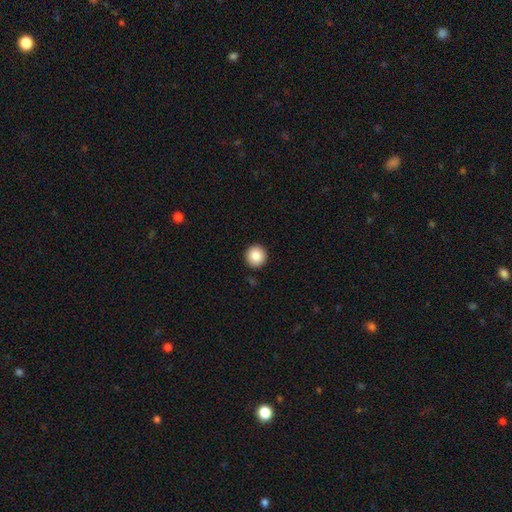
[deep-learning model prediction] smooth_or_featured: smooth (p=0.86) [alt: star or artifact p=0.09]
how_rounded: round (p=0.96) [alt: in between p=0.03]
merging: none (p=0.93) [alt: minor disturbance p=0.05]